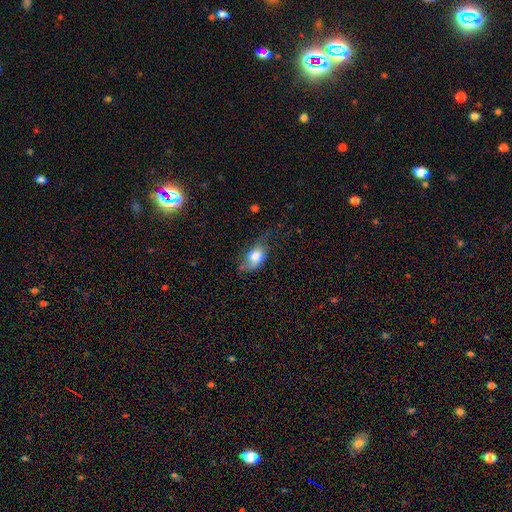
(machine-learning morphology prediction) This appears to be a smooth galaxy with no disk features (68%) that is in between round and cigar-shaped (83%). Merging: none (37%).